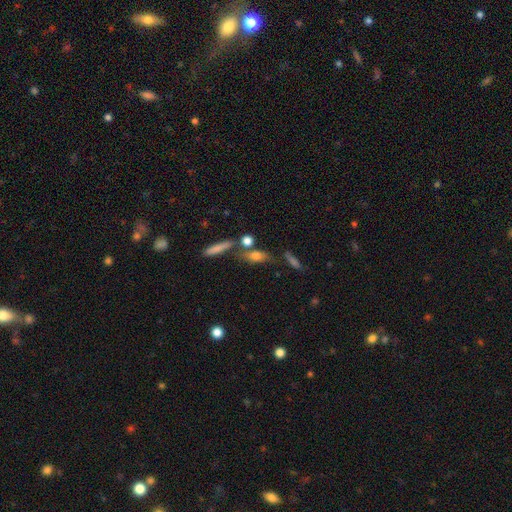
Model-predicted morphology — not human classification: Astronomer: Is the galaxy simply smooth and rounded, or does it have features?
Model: smooth — 59%.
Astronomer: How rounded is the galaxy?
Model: in between — 47% (runner-up: cigar-shaped, 41%).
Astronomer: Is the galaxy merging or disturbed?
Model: none — 60%.